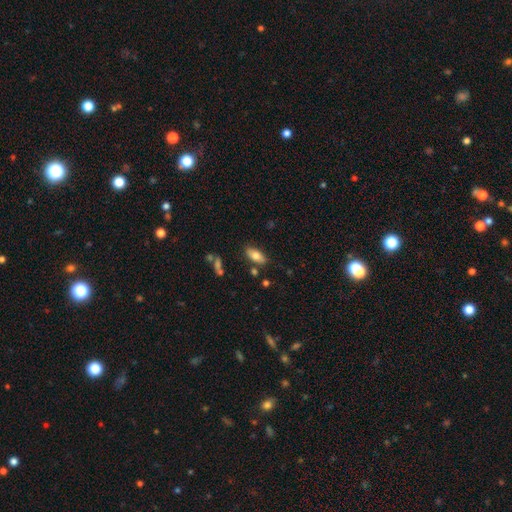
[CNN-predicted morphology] This is likely a smooth galaxy (74%). How rounded: clearly in between (85%). Merging: clearly none (80%).